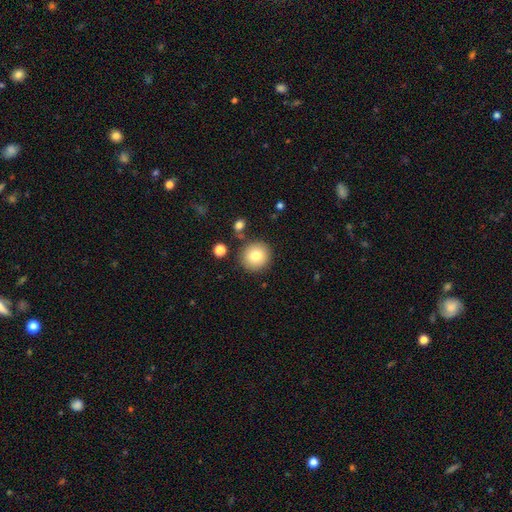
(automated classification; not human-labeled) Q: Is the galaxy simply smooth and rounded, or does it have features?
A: smooth — 80%.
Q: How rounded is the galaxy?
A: round — 93%.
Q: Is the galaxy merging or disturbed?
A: none — 85%.